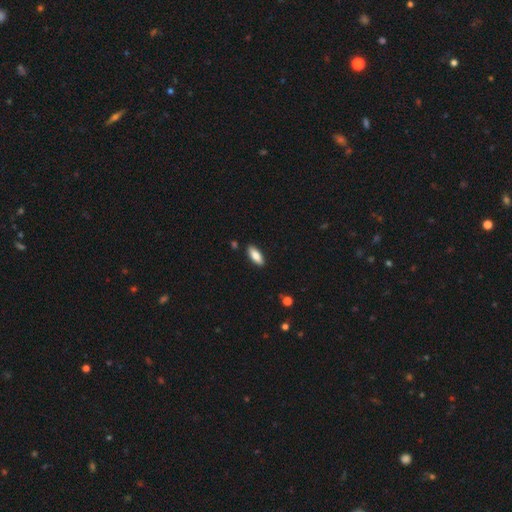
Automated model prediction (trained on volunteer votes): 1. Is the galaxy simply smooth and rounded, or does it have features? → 82% smooth, 12% featured or disk, 6% star or artifact.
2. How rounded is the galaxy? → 73% in between, 25% cigar-shaped, 2% round.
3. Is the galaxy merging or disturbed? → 89% none, 8% minor disturbance, 2% major disturbance, 1% merger.